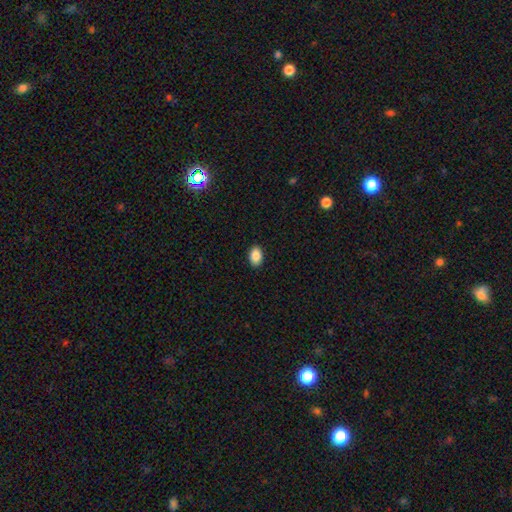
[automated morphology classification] smooth 88%, star or artifact 8%, featured or disk 5%. Down the decision tree: how rounded — in between (89%); merging — none (90%).